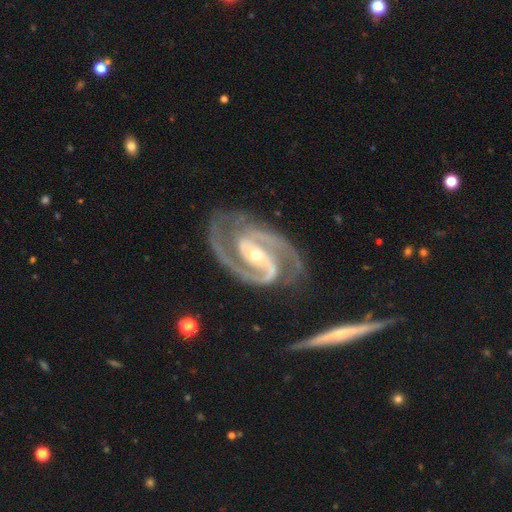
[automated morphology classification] Smooth or featured?
  - featured or disk: 94% *
  - star or artifact: 4%
  - smooth: 2%
Edge-on disk?
  - no: 97% *
  - yes: 3%
Bar?
  - strong: 50% *
  - weak: 30%
  - no: 20%
Spiral arms?
  - yes: 99% *
  - no: 1%
Spiral winding?
  - medium: 52% *
  - tight: 41%
  - loose: 7%
Spiral arm count?
  - 2: 90% *
  - 3: 4%
  - can't tell: 2%
  - 1: 1%
  - 4: 1%
  - more than 4: 1%
Bulge size?
  - small: 57% *
  - moderate: 39%
  - large: 1%
  - none: 1%
  - dominant: 1%
Merging?
  - none: 71% *
  - minor disturbance: 17%
  - major disturbance: 8%
  - merger: 4%